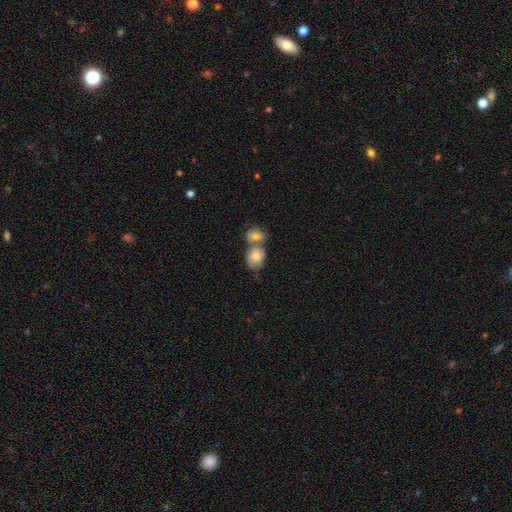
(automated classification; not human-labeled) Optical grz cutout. It shows a smooth galaxy with no disk features (72%) that is in between round and cigar-shaped (49%, tied with round). Merging: merger (60%).